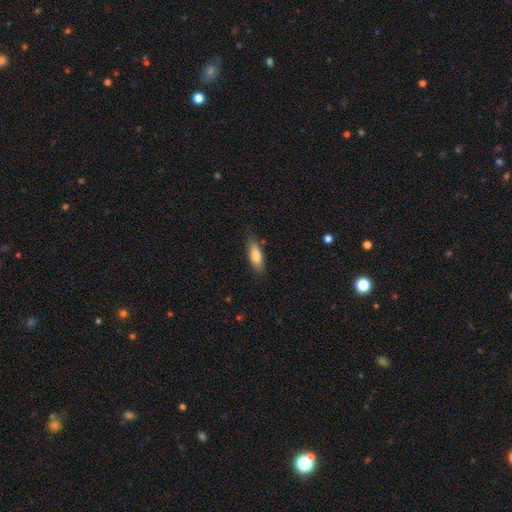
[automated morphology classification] smooth-or-featured: smooth: 80% | featured or disk: 14% | star or artifact: 6%
  how-rounded: in between: 63% | cigar-shaped: 35% | round: 2%
  merging: none: 80% | minor disturbance: 16% | major disturbance: 3% | merger: 2%